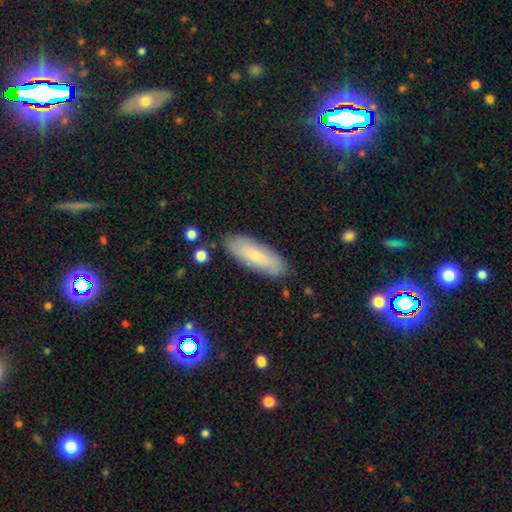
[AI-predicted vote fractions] This appears to be a smooth galaxy with no disk features (71%) that is in between round and cigar-shaped (57%). Merging: none (86%).